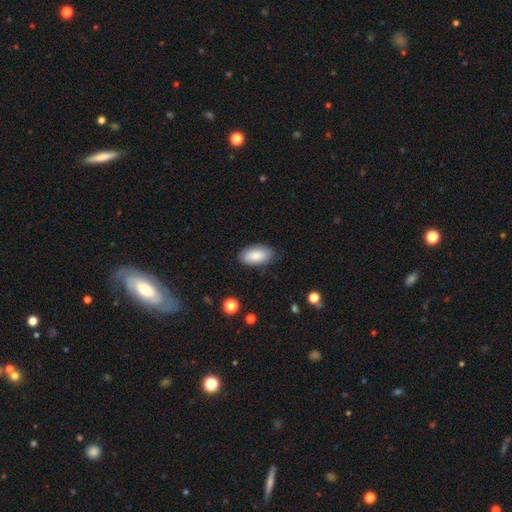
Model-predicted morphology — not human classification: Smooth or featured? smooth (84%)
How rounded? in between (94%)
Merging? none (80%)